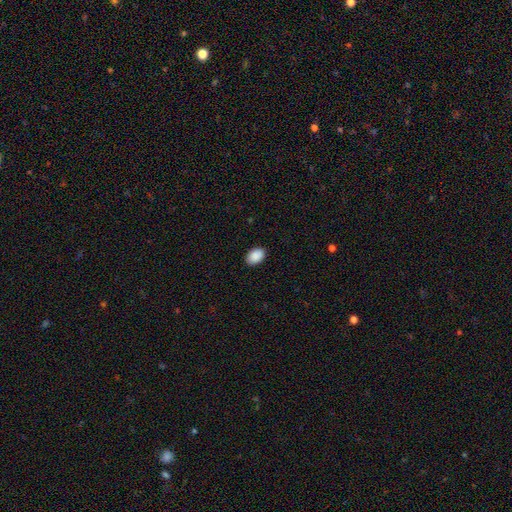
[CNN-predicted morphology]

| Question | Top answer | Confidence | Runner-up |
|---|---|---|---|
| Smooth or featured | smooth | 90% | star or artifact (7%) |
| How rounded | in between | 84% | round (15%) |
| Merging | none | 89% | minor disturbance (8%) |